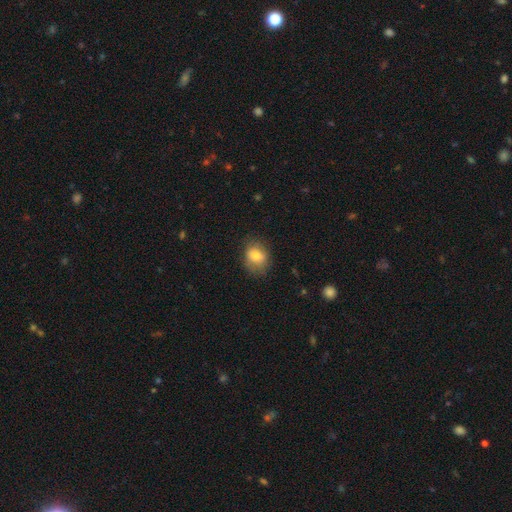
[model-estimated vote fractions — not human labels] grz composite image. It shows a smooth galaxy with no disk features (76%) that is in between round and cigar-shaped (52%). Merging: none (72%).